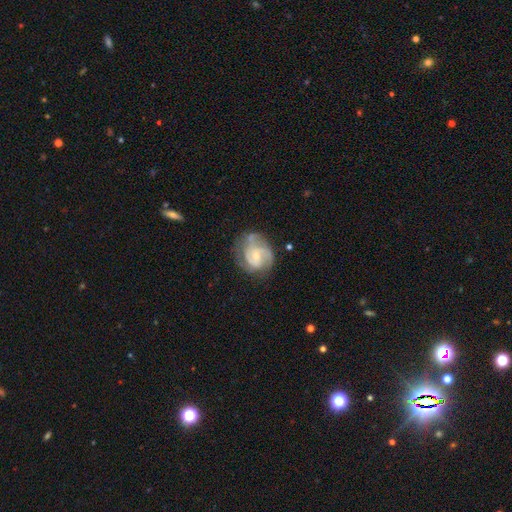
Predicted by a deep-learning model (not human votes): This appears to be a featured or disk galaxy (79%) with no bar (62%), 2 (40%) tight (46%) spiral arms (92%) and a small central bulge (61%). Merging: none (60%).